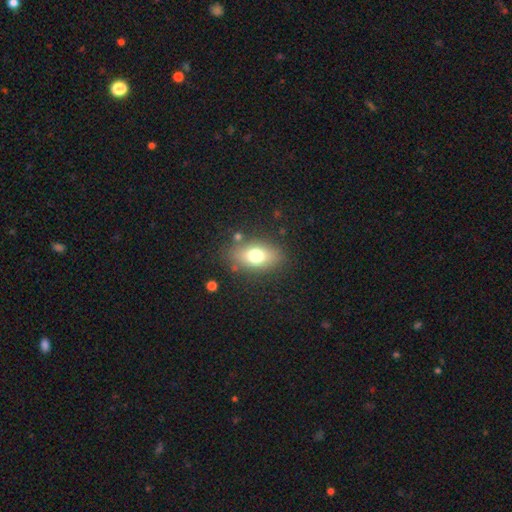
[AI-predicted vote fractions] Overall: smooth (71%). How rounded: in between (82%). Merging: none (81%).